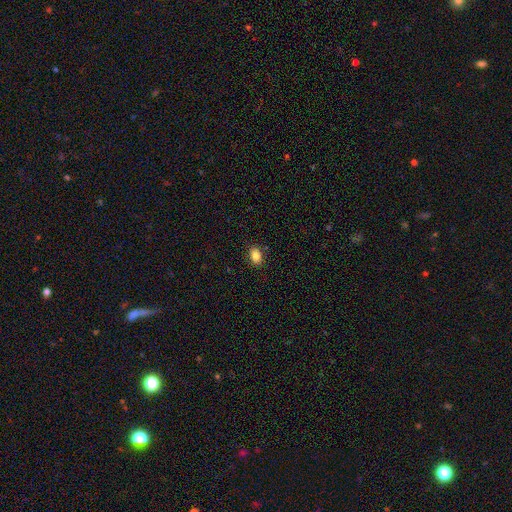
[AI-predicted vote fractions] Q: Smooth or featured?
A: smooth (85%); runner-up: star or artifact (9%)
Q: How rounded?
A: in between (83%); runner-up: round (16%)
Q: Merging?
A: none (88%); runner-up: minor disturbance (9%)